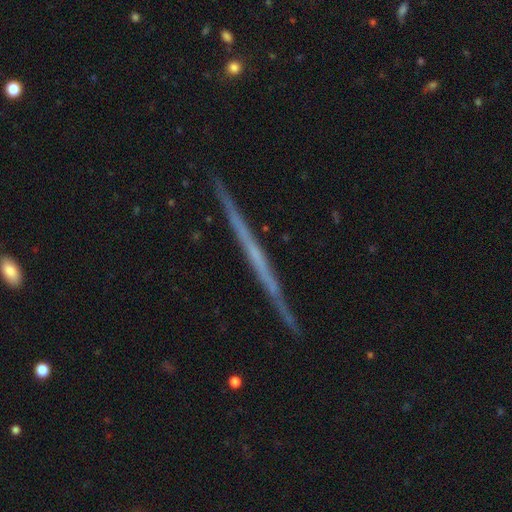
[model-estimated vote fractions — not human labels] Q: Smooth or featured?
A: featured or disk (70%); runner-up: smooth (23%)
Q: Edge-on disk?
A: yes (98%); runner-up: no (2%)
Q: Edge-on bulge?
A: none (88%); runner-up: rounded (8%)
Q: Merging?
A: none (92%); runner-up: minor disturbance (6%)